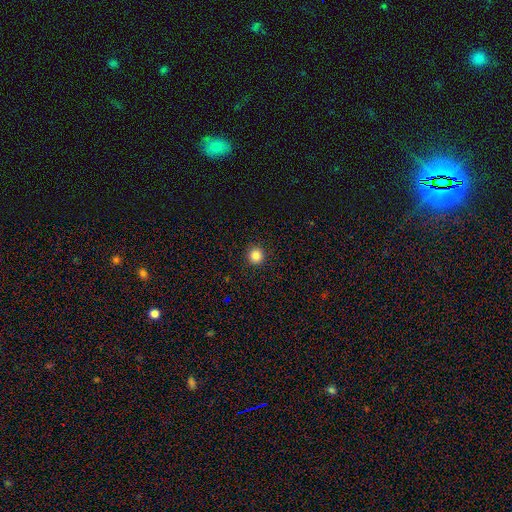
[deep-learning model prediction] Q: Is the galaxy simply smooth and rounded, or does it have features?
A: smooth — 85%.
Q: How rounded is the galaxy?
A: round — 95%.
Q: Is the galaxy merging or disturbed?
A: none — 93%.